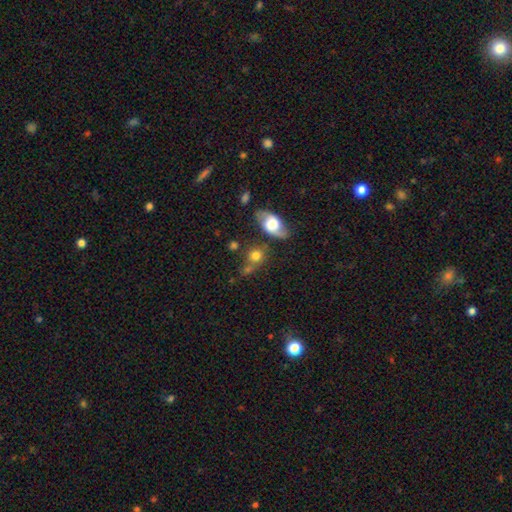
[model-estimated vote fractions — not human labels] Morphology: type=smooth (72%); roundness=round (70%); merging=none (57%).